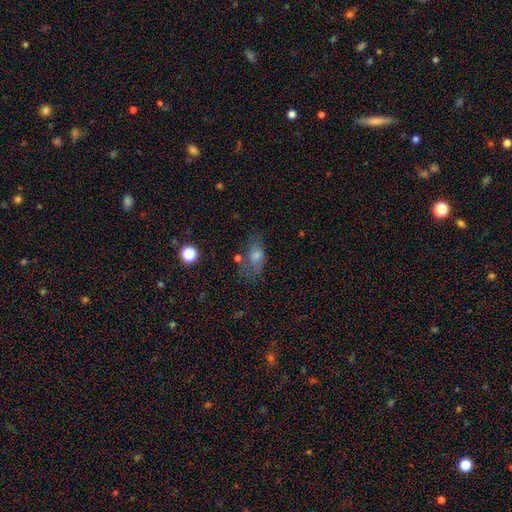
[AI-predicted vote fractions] Smooth or featured? smooth (56%)
How rounded? in between (81%)
Merging? none (57%)